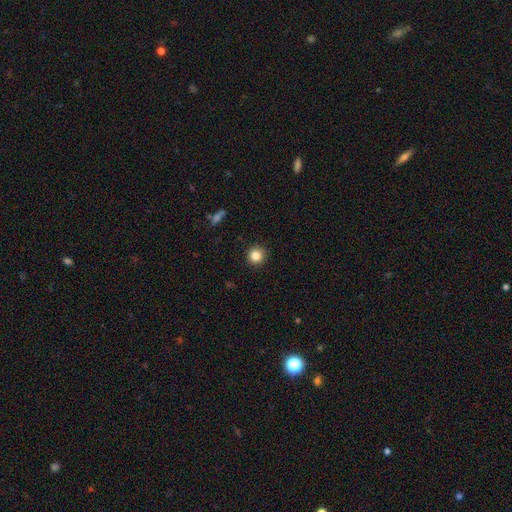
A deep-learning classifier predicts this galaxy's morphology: Smooth or featured?
  - smooth: 84% *
  - star or artifact: 11%
  - featured or disk: 5%
How rounded?
  - round: 94% *
  - in between: 5%
  - cigar-shaped: 1%
Merging?
  - none: 92% *
  - minor disturbance: 5%
  - major disturbance: 2%
  - merger: 1%